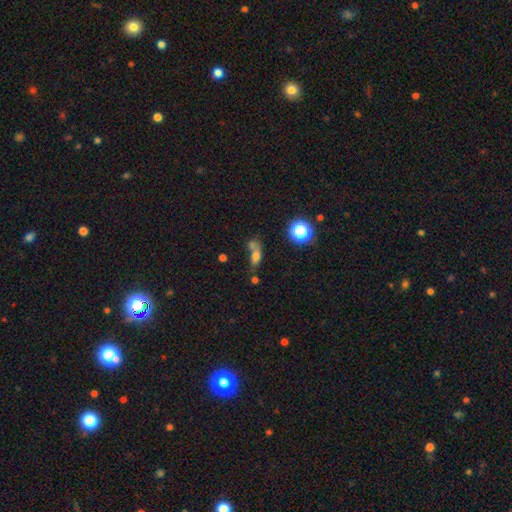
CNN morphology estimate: Overall: smooth (68%). How rounded: in between (66%). Merging: merger (41%; none 36%).